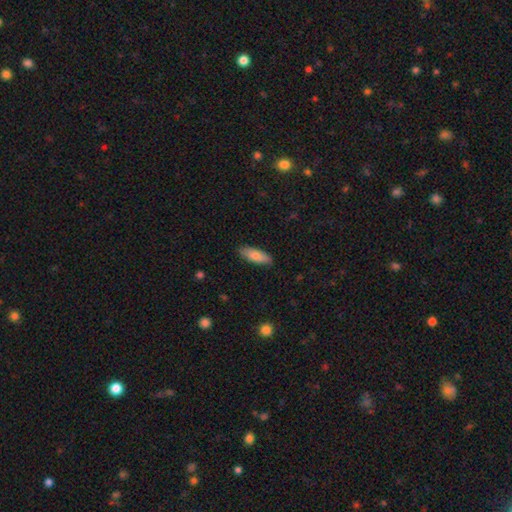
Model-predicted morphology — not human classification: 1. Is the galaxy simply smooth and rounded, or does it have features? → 80% smooth, 15% featured or disk, 6% star or artifact.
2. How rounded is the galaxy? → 67% in between, 31% cigar-shaped, 2% round.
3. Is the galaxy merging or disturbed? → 86% none, 12% minor disturbance, 2% major disturbance, 1% merger.